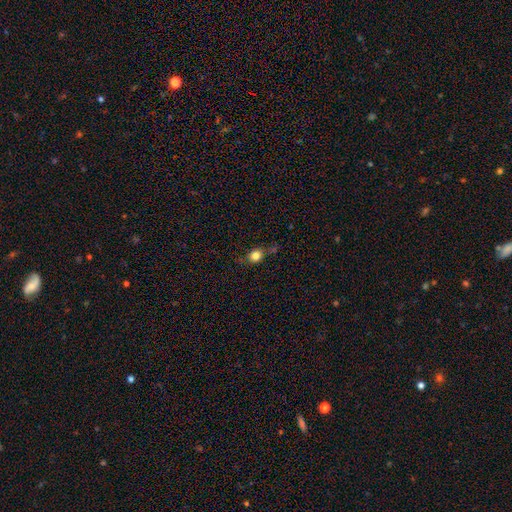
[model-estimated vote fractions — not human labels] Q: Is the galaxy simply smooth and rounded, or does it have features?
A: smooth — 77%.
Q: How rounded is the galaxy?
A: round — 70%.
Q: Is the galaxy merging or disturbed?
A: none — 60%.